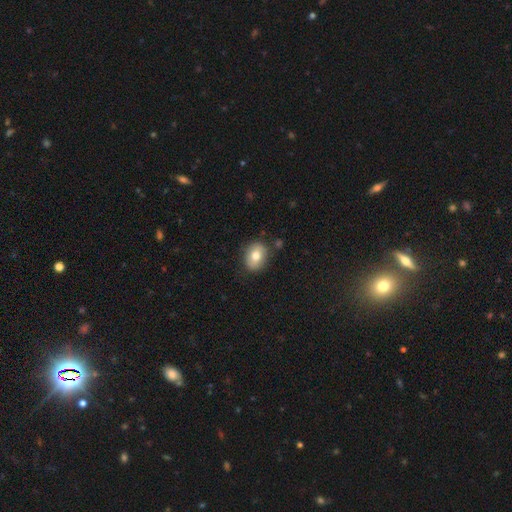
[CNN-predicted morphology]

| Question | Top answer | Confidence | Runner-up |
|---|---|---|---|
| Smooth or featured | smooth | 71% | featured or disk (21%) |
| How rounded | round | 51% | in between (48%) |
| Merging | none | 81% | minor disturbance (14%) |